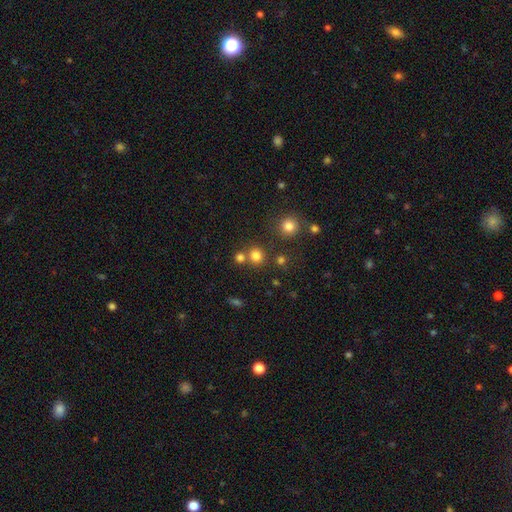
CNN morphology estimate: This appears to be a smooth galaxy with no disk features (77%) that is round (85%). Merging: none (68%).